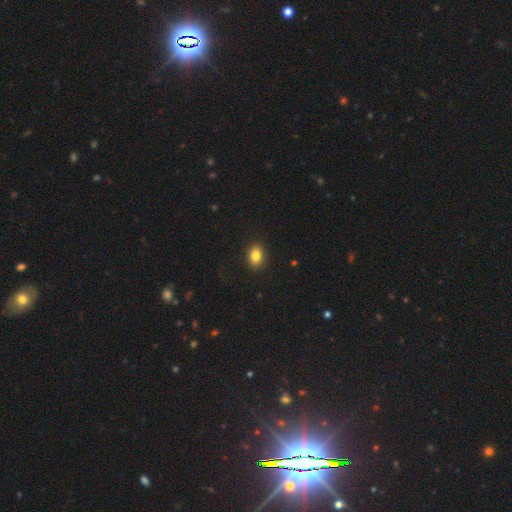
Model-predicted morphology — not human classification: Smooth or featured? smooth (84%)
How rounded? in between (72%)
Merging? none (90%)